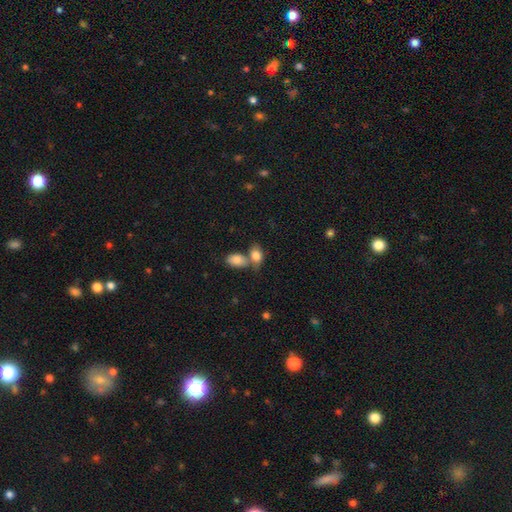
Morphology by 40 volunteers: Overall: smooth (85%). How rounded: in between (85%). Merging: merger (51%; none 38%).